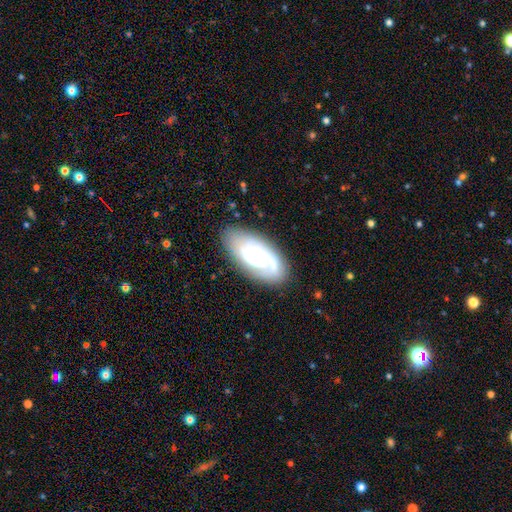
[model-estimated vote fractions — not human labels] Smooth or featured? Predicted: featured or disk (p=0.76). Edge-on disk? Predicted: no (p=0.94). Bar? Predicted: no (p=0.68). Spiral arms? Predicted: yes (p=0.89). Spiral winding? Predicted: tight (p=0.59). Spiral arm count? Predicted: 2 (p=0.45). Bulge size? Predicted: small (p=0.50). Merging? Predicted: none (p=0.78).